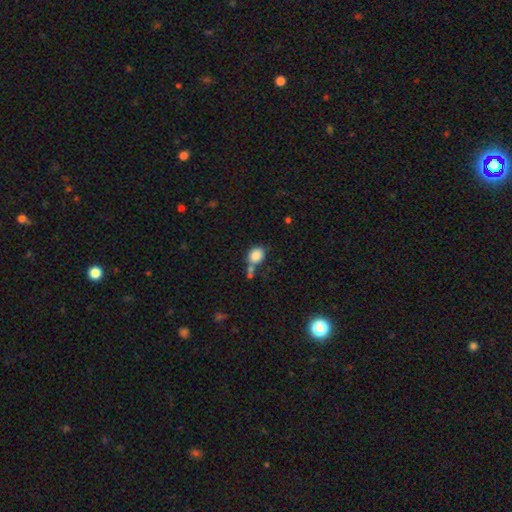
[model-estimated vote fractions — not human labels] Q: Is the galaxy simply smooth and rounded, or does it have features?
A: smooth — 85%.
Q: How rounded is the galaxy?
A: round — 52%.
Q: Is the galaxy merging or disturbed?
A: none — 50%.